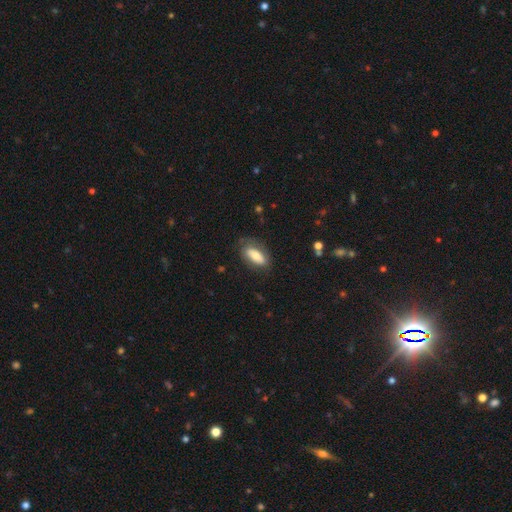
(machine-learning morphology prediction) A smooth galaxy with no disk features (72%) that is in between round and cigar-shaped (80%). Merging: none (67%).